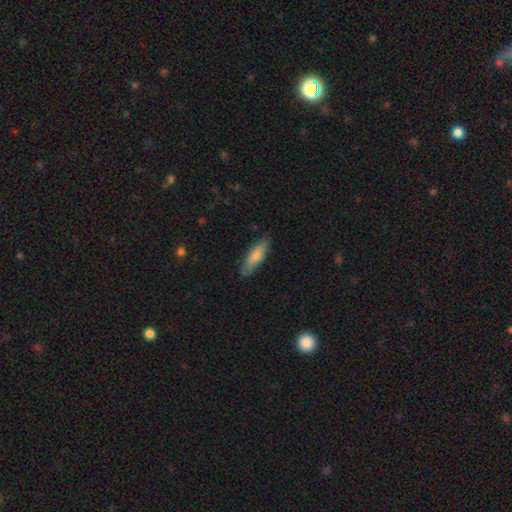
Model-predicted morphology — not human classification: This appears to be a smooth galaxy with no disk features (78%) that is cigar-shaped (59%). Merging: none (81%).